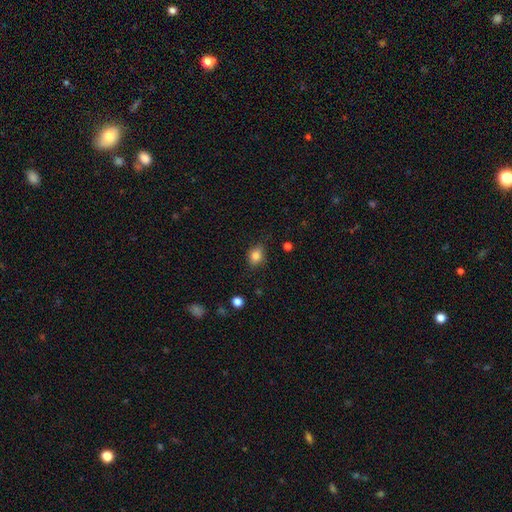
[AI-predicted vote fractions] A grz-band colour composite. It shows a smooth galaxy with no disk features (83%) that is in between round and cigar-shaped (62%). Merging: none (79%).